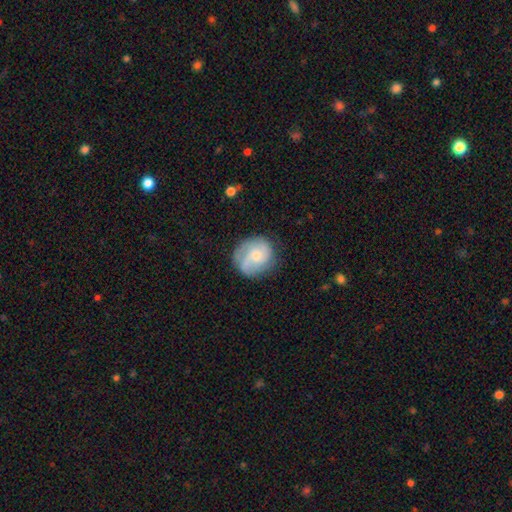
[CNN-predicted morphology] This is possibly a featured or disk galaxy (58%). It is clearly not viewed edge-on (98%). Bar: likely no (72%). Spiral arm pattern: clearly yes (87%). Central bulge: possibly small (50%). Merging: likely none (68%).